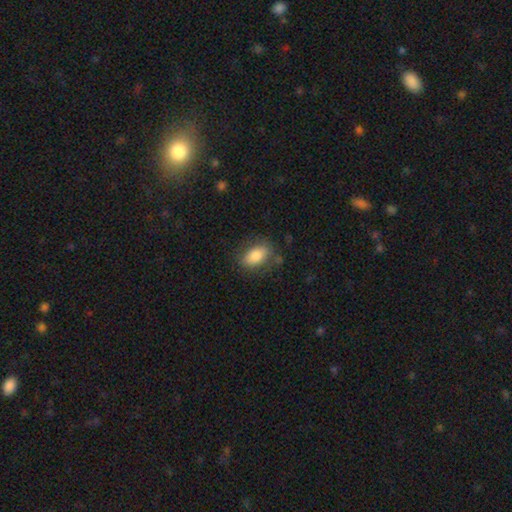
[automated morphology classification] This is likely a smooth galaxy (80%). How rounded: clearly in between (88%). Merging: likely none (72%).